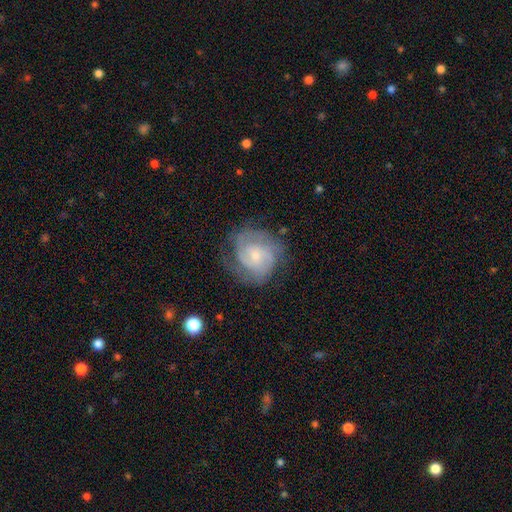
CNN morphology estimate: Smooth or featured? featured or disk (77%)
Edge-on disk? no (98%)
Bar? no (57%)
Spiral arms? yes (92%)
Spiral winding? tight (50%)
Spiral arm count? 2 (38%)
Bulge size? small (64%)
Merging? none (62%)